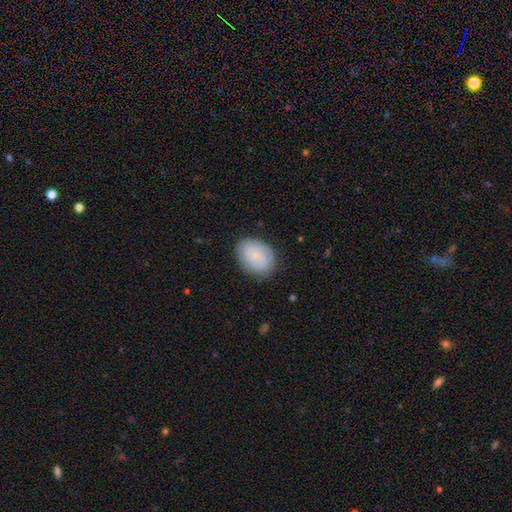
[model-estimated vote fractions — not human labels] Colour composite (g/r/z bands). It shows a featured or disk galaxy (56%) with no bar (73%), spiral arms (85%) and a small central bulge (76%). Merging: none (80%).